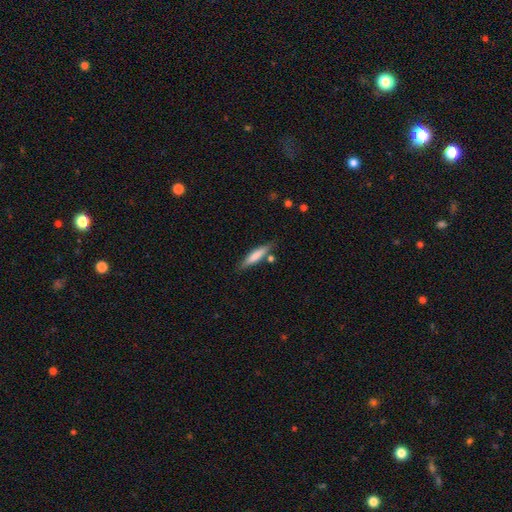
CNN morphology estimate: smooth_or_featured: smooth (p=0.69) [alt: featured or disk p=0.25]
how_rounded: cigar-shaped (p=0.83) [alt: in between p=0.15]
merging: none (p=0.77) [alt: minor disturbance p=0.14]